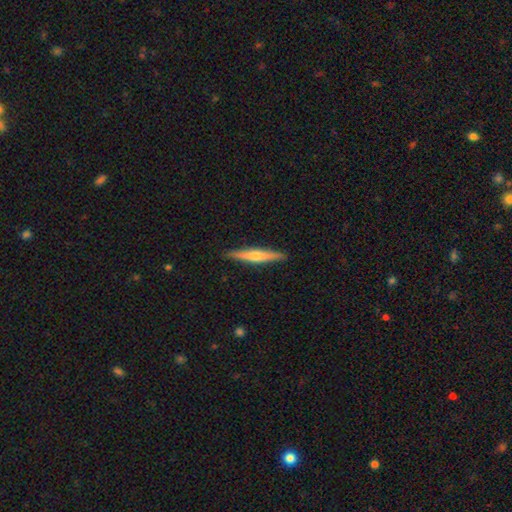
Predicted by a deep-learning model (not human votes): This appears to be a featured or disk galaxy (56%) viewed edge-on (97%) with a rounded central bulge (77%). Merging: none (91%).